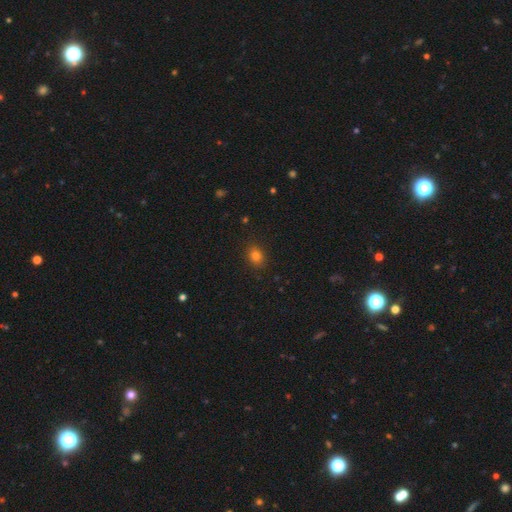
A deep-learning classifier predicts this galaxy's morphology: A smooth galaxy with no disk features (81%) that is round (53%). Merging: none (87%).